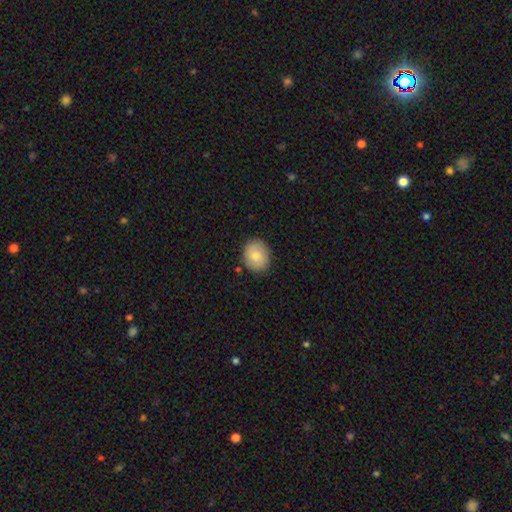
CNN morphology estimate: Smooth or featured: smooth — 79% (featured or disk — 14%)
How rounded: round — 66% (in between — 33%)
Merging: none — 86% (minor disturbance — 11%)